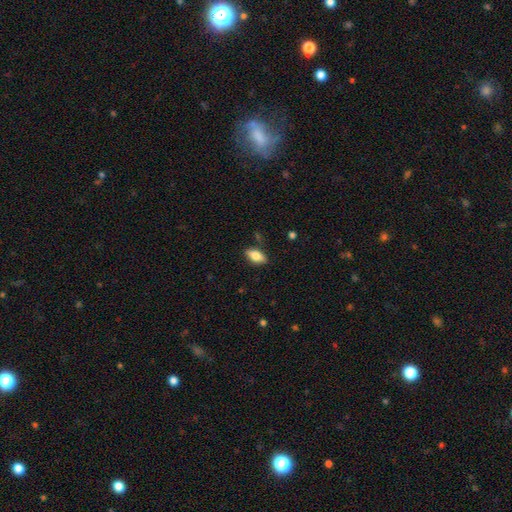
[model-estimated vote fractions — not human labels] The model was most divided on "smooth or featured": smooth: 77%, featured or disk: 16%, star or artifact: 7%. More confident: how rounded — in between (87%); merging — none (84%).